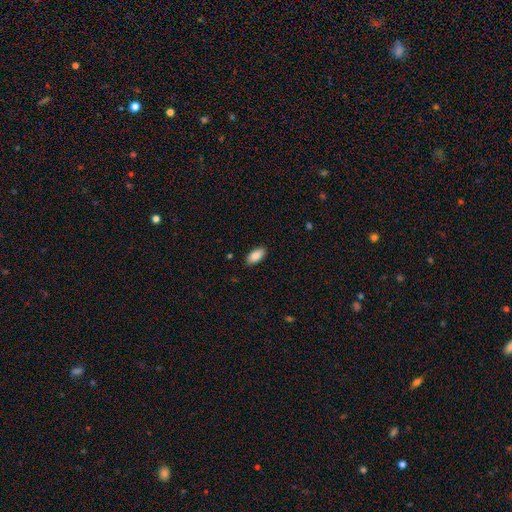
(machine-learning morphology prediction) smooth_or_featured: smooth (p=0.88) [alt: star or artifact p=0.06]
how_rounded: in between (p=0.92) [alt: cigar-shaped p=0.06]
merging: none (p=0.88) [alt: minor disturbance p=0.09]